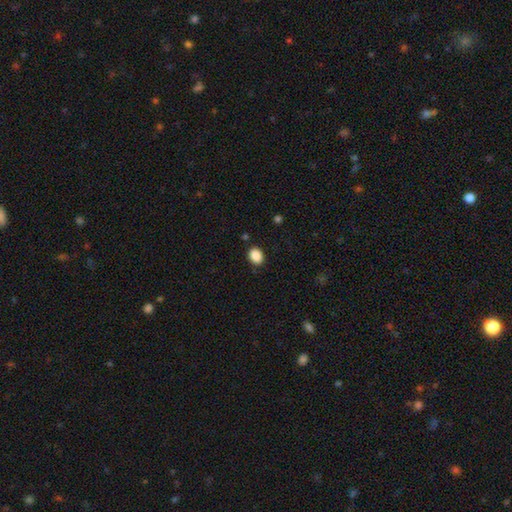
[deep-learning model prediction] Smooth or featured? Predicted: smooth (p=0.89). How rounded? Predicted: in between (p=0.63). Merging? Predicted: none (p=0.87).